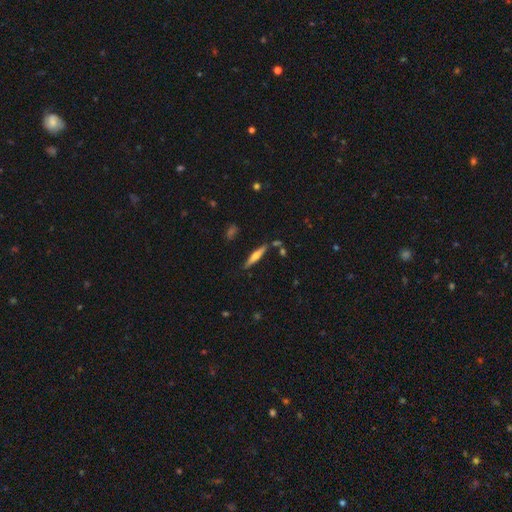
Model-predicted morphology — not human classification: A featured or disk galaxy (52%) viewed edge-on (95%).

Vote fractions:
- Smooth or featured? featured or disk: 52% / smooth: 41% / star or artifact: 7%
- Edge-on disk? yes: 95% / no: 5%
- Merging? none: 83% / minor disturbance: 10% / merger: 4% / major disturbance: 2%